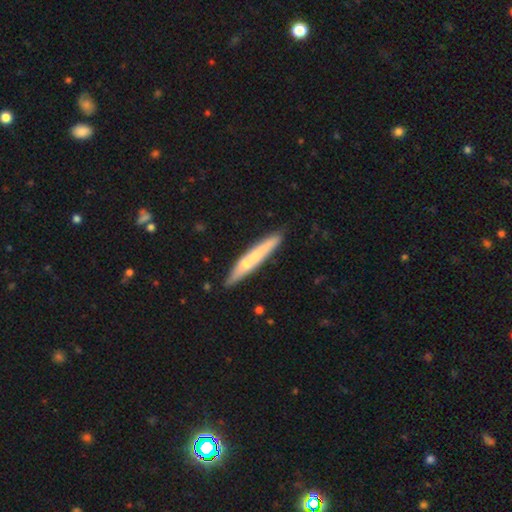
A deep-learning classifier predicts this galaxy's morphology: Overall: smooth (49%; featured or disk 45%). Merging: none (78%).